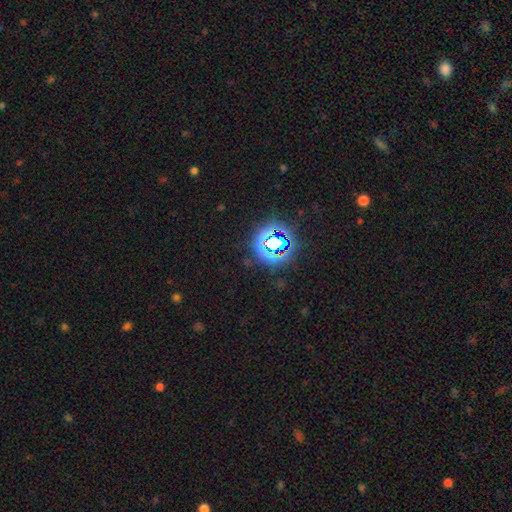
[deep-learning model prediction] The model was most divided on "smooth or featured": star or artifact: 81%, smooth: 13%, featured or disk: 5%.